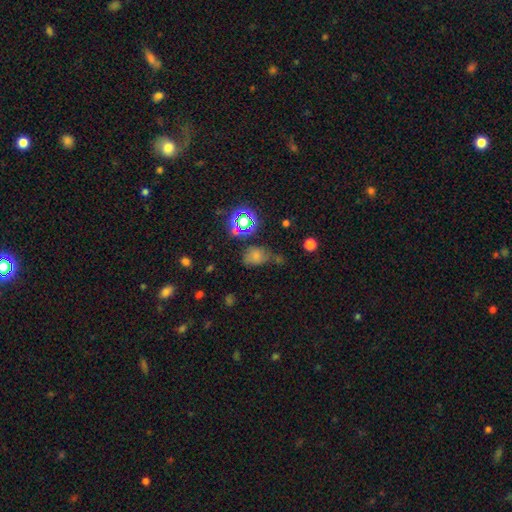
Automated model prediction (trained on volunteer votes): A smooth galaxy with no disk features (60%) that is in between round and cigar-shaped (68%).

Vote fractions:
- Smooth or featured? smooth: 60% / star or artifact: 29% / featured or disk: 11%
- How rounded? in between: 68% / round: 30% / cigar-shaped: 2%
- Merging? none: 42% / minor disturbance: 28% / major disturbance: 15% / merger: 15%